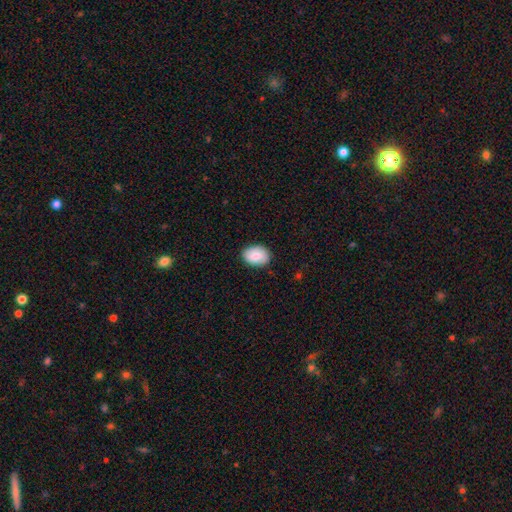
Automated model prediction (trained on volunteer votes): Morphology: type=smooth (83%); roundness=in between (79%); merging=none (84%).